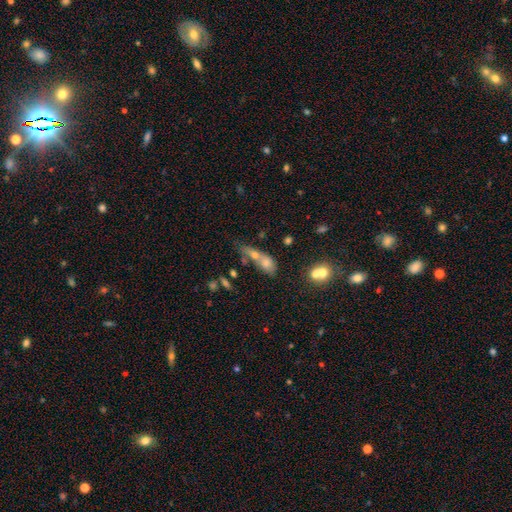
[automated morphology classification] Smooth or featured? smooth (50%)
How rounded? in between (50%)
Merging? merger (45%)